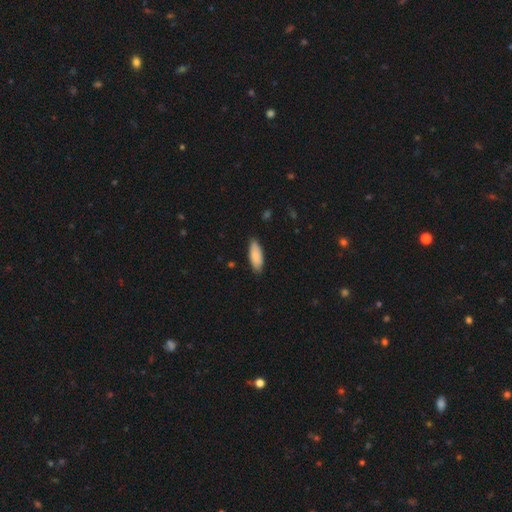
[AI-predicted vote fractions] The model was most divided on "how rounded": in between: 73%, cigar-shaped: 25%, round: 2%. More confident: smooth or featured — smooth (86%); merging — none (84%).